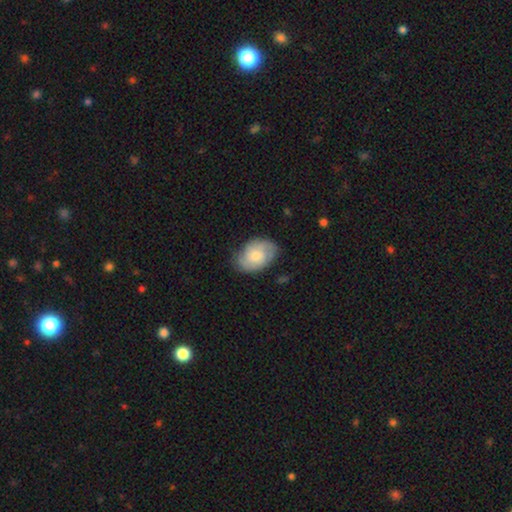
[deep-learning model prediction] Q: Smooth or featured?
A: featured or disk (47%); runner-up: smooth (46%)
Q: Merging?
A: none (73%); runner-up: minor disturbance (21%)